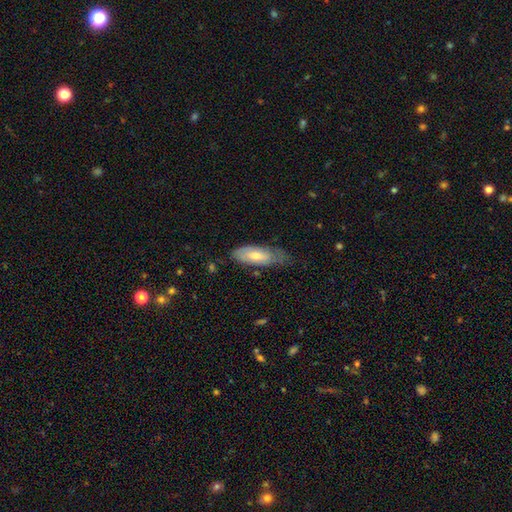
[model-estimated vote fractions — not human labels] This is possibly a smooth galaxy (58%). How rounded: likely in between (72%). Merging: possibly none (49%).